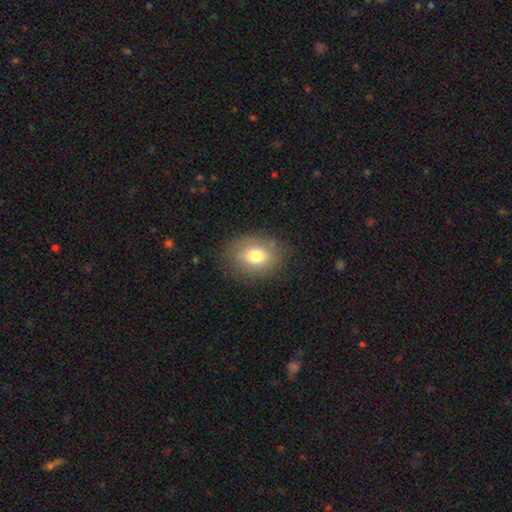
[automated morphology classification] smooth-or-featured: smooth: 73% | featured or disk: 16% | star or artifact: 10%
  how-rounded: in between: 52% | round: 47% | cigar-shaped: 1%
  merging: none: 81% | minor disturbance: 13% | major disturbance: 5% | merger: 1%